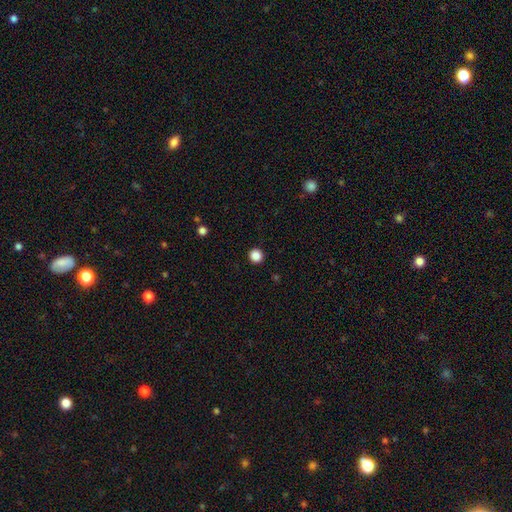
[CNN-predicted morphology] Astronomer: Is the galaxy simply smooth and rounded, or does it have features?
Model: smooth — 86%.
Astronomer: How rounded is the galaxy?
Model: round — 95%.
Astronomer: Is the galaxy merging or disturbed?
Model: none — 93%.